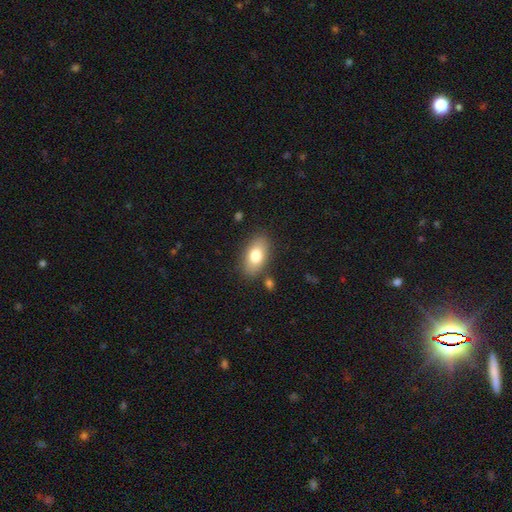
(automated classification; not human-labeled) smooth 77%, featured or disk 15%, star or artifact 7%. Down the decision tree: how rounded — in between (90%); merging — none (83%).